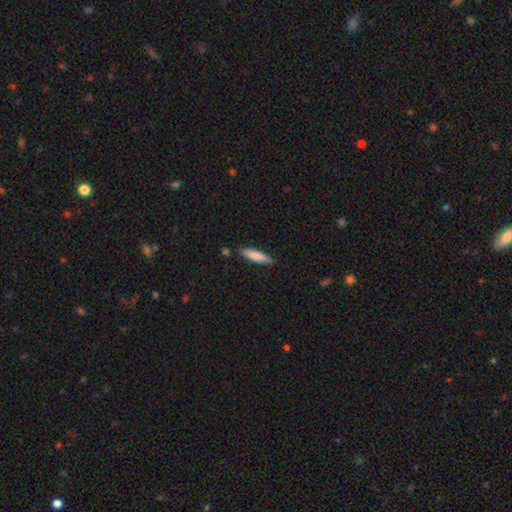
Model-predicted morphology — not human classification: type=smooth (82%); roundness=cigar-shaped (80%); merging=none (85%).